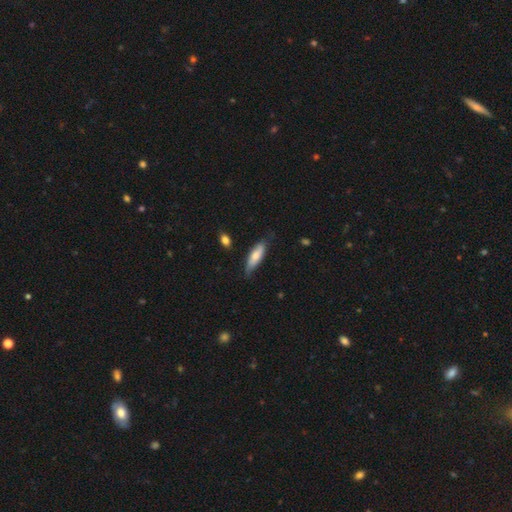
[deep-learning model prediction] A smooth galaxy with no disk features (72%) that is cigar-shaped (51%). Merging: none (68%).